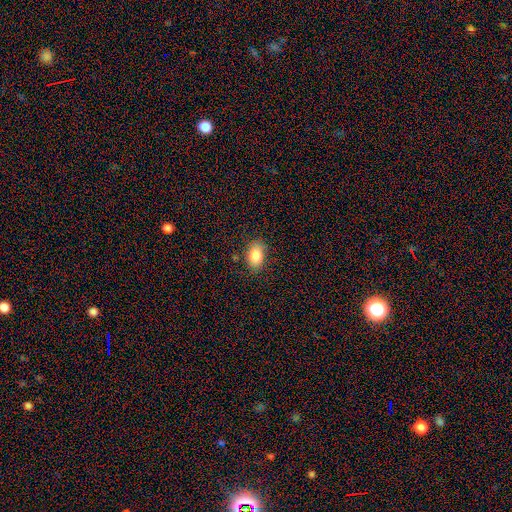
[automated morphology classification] Smooth or featured: smooth — 85% (star or artifact — 8%)
How rounded: in between — 84% (round — 14%)
Merging: none — 81% (minor disturbance — 14%)